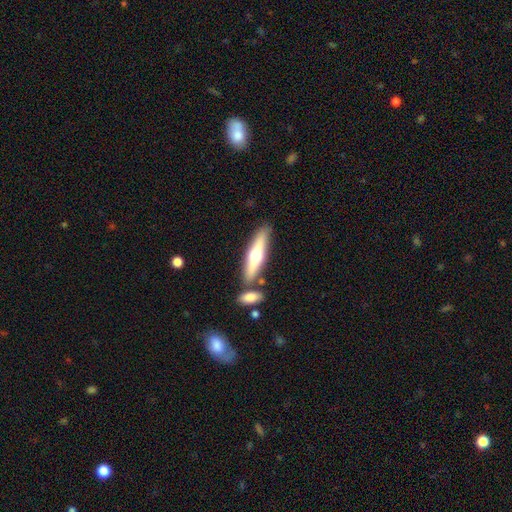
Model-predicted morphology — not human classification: Smooth or featured? Predicted: featured or disk (p=0.52). Edge-on disk? Predicted: yes (p=0.91). Merging? Predicted: none (p=0.76).